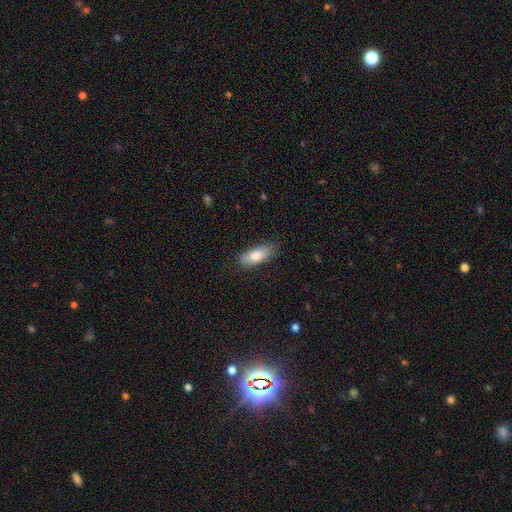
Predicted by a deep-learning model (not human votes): Smooth or featured: smooth — 82% (featured or disk — 12%)
How rounded: in between — 82% (cigar-shaped — 16%)
Merging: none — 77% (minor disturbance — 18%)